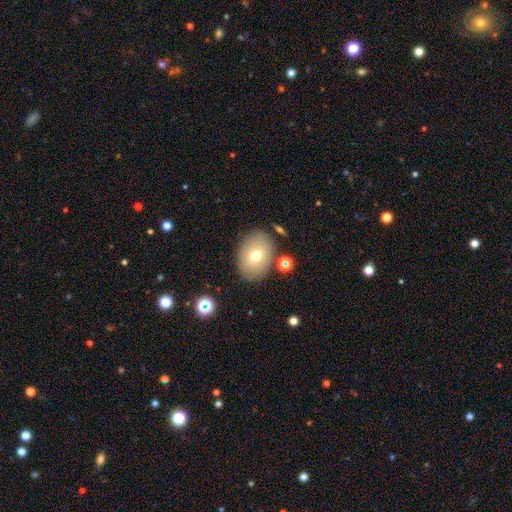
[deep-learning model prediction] A smooth galaxy with no disk features (70%) that is in between round and cigar-shaped (77%).

Vote fractions:
- Smooth or featured? smooth: 70% / featured or disk: 21% / star or artifact: 9%
- How rounded? in between: 77% / round: 22% / cigar-shaped: 1%
- Merging? none: 82% / minor disturbance: 11% / merger: 4% / major disturbance: 3%